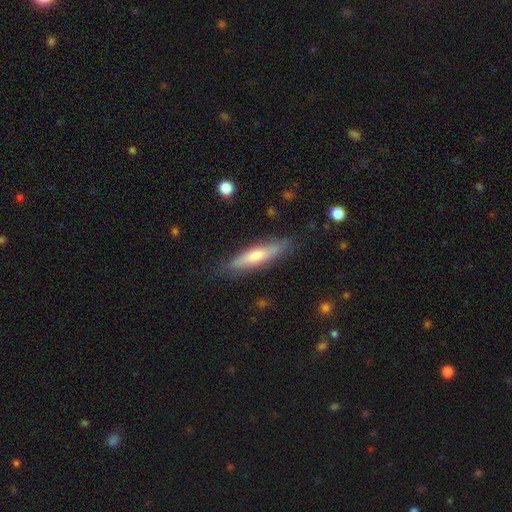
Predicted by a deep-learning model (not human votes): A smooth galaxy with no disk features (60%) that is cigar-shaped (77%). Merging: none (81%).